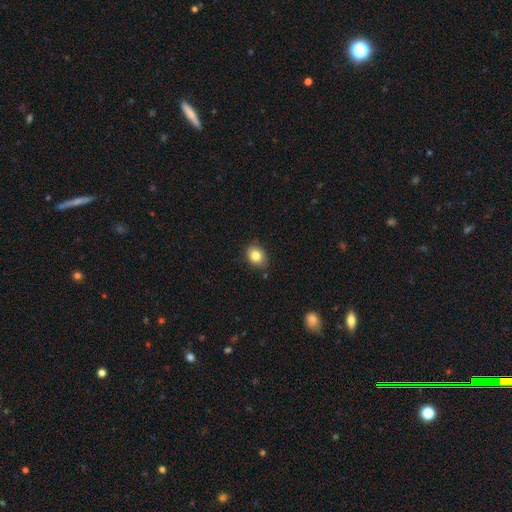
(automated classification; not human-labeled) Smooth or featured? smooth (83%)
How rounded? in between (58%)
Merging? none (82%)